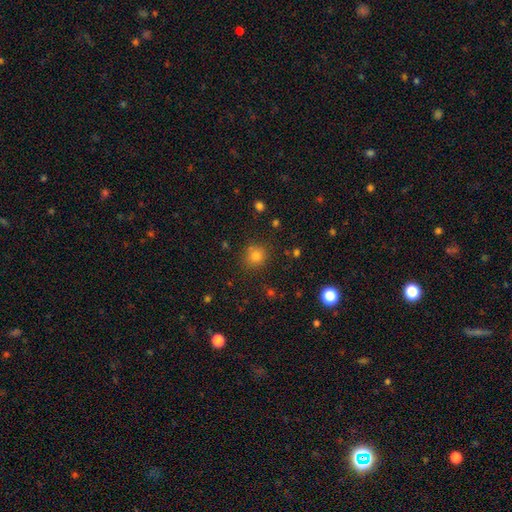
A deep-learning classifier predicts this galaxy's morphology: smooth_or_featured: smooth (p=0.76) [alt: star or artifact p=0.18]
how_rounded: round (p=0.89) [alt: in between p=0.10]
merging: none (p=0.84) [alt: minor disturbance p=0.09]